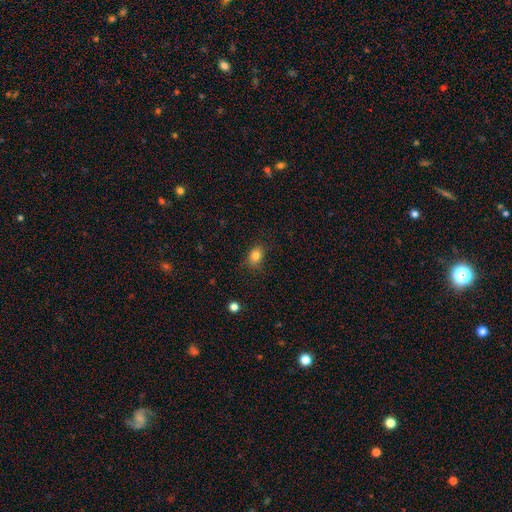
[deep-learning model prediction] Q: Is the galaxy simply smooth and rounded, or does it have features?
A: smooth — 82%.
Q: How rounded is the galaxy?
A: in between — 60%.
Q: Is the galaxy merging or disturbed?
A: none — 83%.